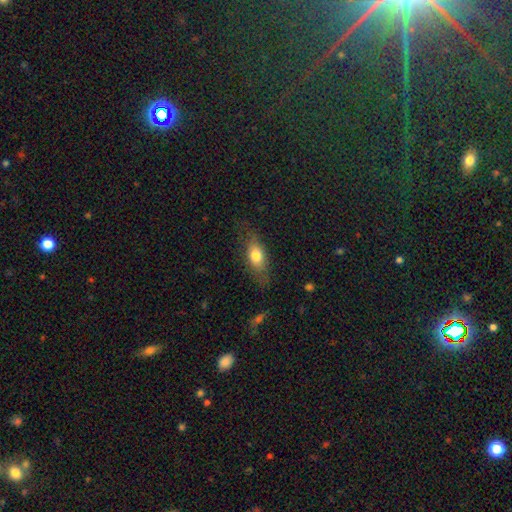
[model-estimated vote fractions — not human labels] A smooth galaxy with no disk features (73%) that is in between round and cigar-shaped (75%). Merging: none (69%).